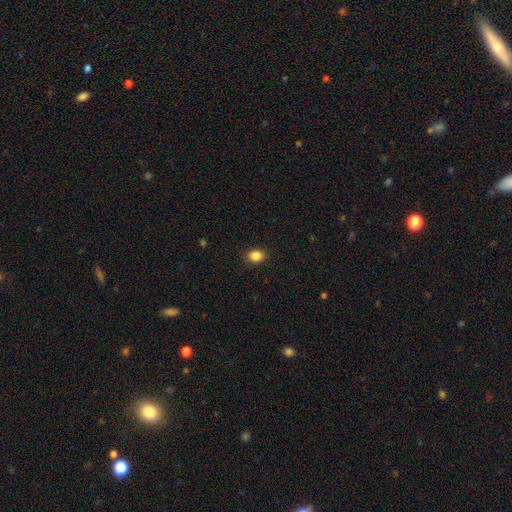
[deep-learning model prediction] Smooth or featured? Predicted: smooth (p=0.87). How rounded? Predicted: round (p=0.53). Merging? Predicted: none (p=0.89).